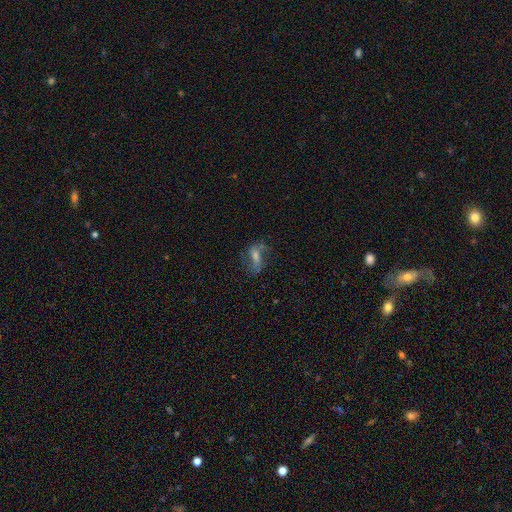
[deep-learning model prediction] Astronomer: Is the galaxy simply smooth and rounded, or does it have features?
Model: featured or disk — 58%.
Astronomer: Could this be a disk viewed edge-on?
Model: no — 86%.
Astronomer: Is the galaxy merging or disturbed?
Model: none — 60%.